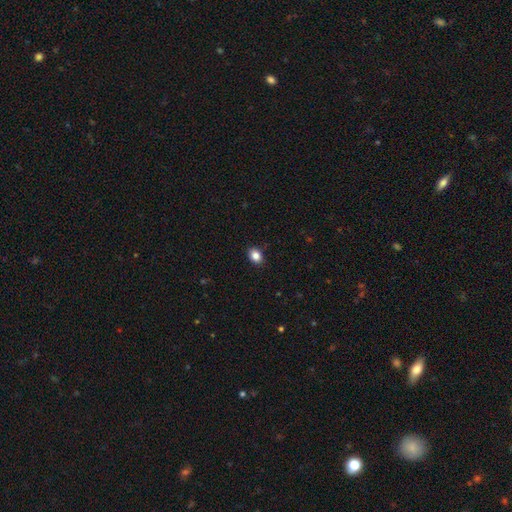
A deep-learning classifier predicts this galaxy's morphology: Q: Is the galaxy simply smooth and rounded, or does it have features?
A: smooth — 85%.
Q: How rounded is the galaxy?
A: in between — 62%.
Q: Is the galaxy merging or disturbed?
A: none — 89%.